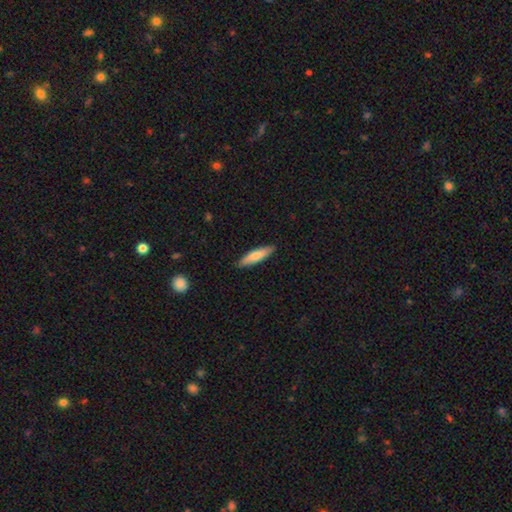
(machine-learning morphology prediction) smooth-or-featured: smooth: 76% | featured or disk: 19% | star or artifact: 5%
  how-rounded: cigar-shaped: 72% | in between: 26% | round: 2%
  merging: none: 89% | minor disturbance: 9% | major disturbance: 2% | merger: 1%